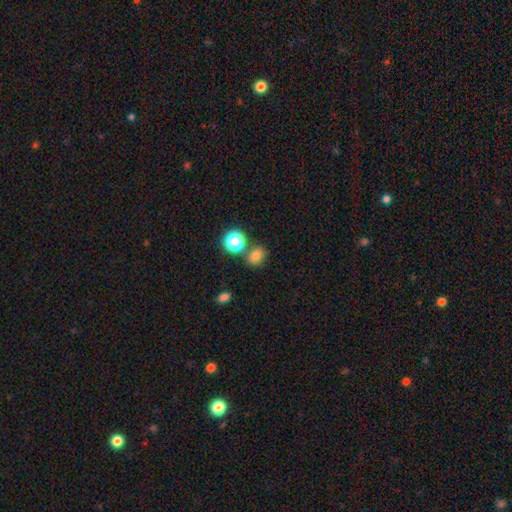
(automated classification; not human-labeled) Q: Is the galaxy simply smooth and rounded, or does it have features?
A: smooth — 75%.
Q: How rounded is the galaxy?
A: round — 53%.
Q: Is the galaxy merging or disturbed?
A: none — 71%.